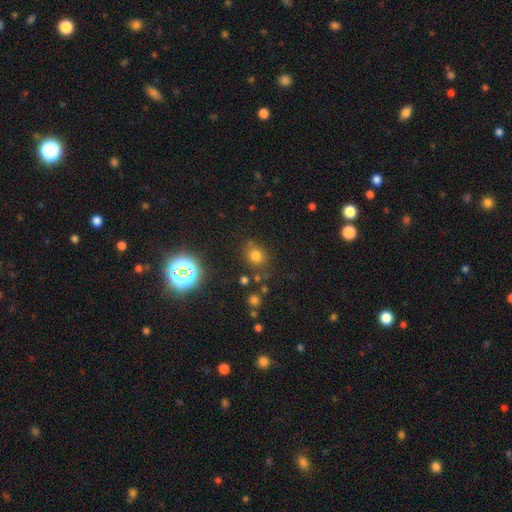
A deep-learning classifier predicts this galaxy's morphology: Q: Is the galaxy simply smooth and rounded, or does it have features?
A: smooth — 71%.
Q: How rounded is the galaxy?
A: round — 75%.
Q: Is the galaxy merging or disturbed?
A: none — 75%.